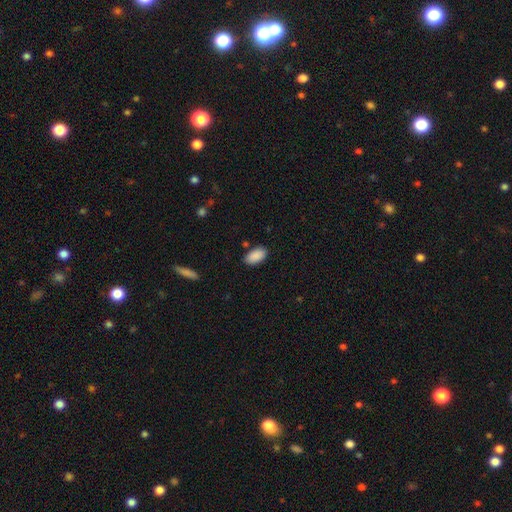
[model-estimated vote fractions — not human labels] smooth 90%, star or artifact 7%, featured or disk 4%. Down the decision tree: how rounded — in between (95%); merging — none (85%).